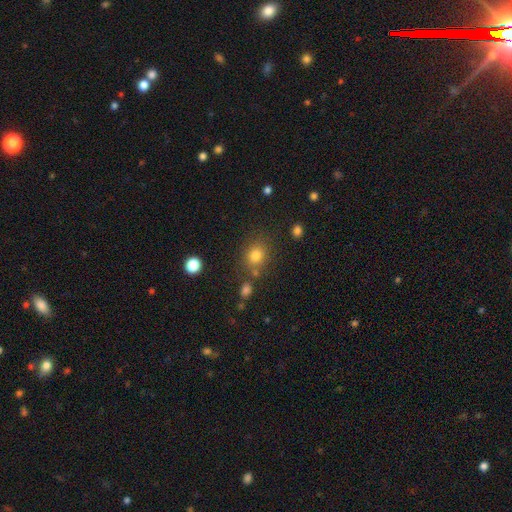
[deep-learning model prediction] smooth_or_featured: smooth (p=0.79) [alt: star or artifact p=0.14]
how_rounded: round (p=0.75) [alt: in between p=0.24]
merging: none (p=0.75) [alt: minor disturbance p=0.11]